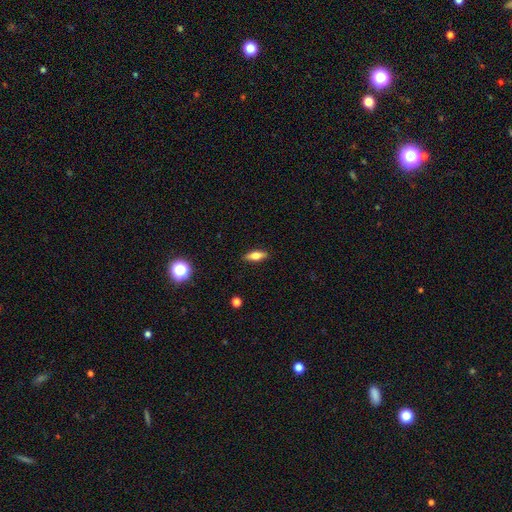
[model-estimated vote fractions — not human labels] This appears to be a smooth galaxy with no disk features (65%) that is in between round and cigar-shaped (62%). Merging: none (88%).